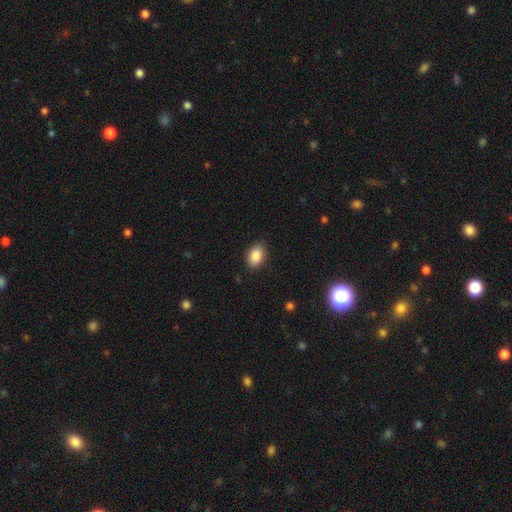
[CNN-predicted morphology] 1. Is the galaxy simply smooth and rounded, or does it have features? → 88% smooth, 8% star or artifact, 5% featured or disk.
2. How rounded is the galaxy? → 86% in between, 13% round, 1% cigar-shaped.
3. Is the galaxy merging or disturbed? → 87% none, 10% minor disturbance, 2% major disturbance, 1% merger.